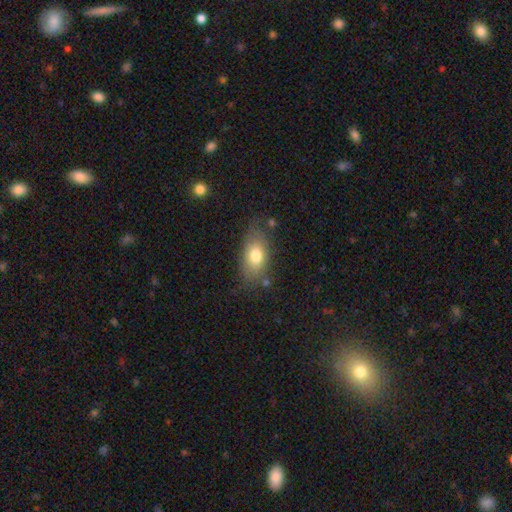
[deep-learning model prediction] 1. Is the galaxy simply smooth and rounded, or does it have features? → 76% smooth, 17% featured or disk, 8% star or artifact.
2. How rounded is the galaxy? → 88% in between, 8% round, 4% cigar-shaped.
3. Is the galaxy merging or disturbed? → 72% none, 19% minor disturbance, 6% major disturbance, 3% merger.